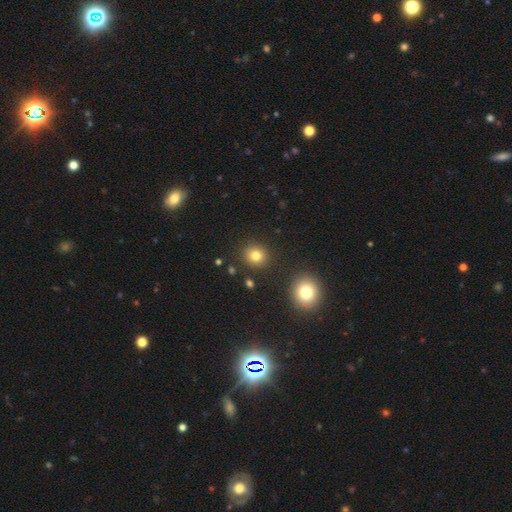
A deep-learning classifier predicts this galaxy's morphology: Q: Smooth or featured?
A: smooth (79%); runner-up: star or artifact (14%)
Q: How rounded?
A: round (85%); runner-up: in between (14%)
Q: Merging?
A: none (87%); runner-up: minor disturbance (7%)